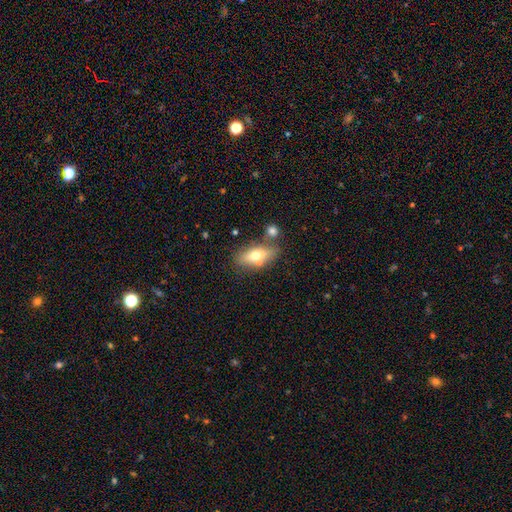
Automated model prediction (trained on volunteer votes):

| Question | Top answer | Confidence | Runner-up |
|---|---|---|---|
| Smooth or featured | smooth | 59% | featured or disk (33%) |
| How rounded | in between | 77% | cigar-shaped (17%) |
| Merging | none | 62% | merger (17%) |